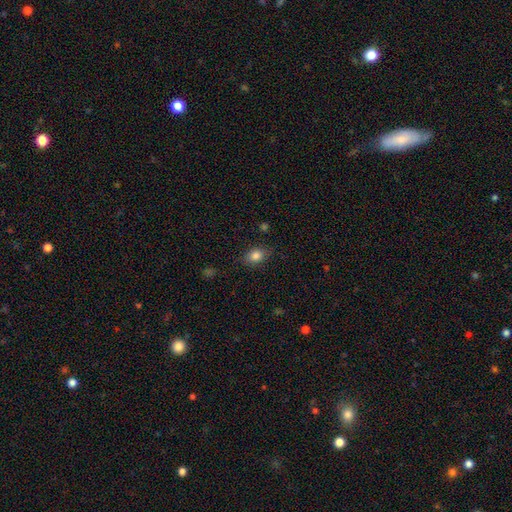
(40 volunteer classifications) smooth 78%, star or artifact 12%, featured or disk 10%. Down the decision tree: how rounded — round (52%); merging — none (77%).